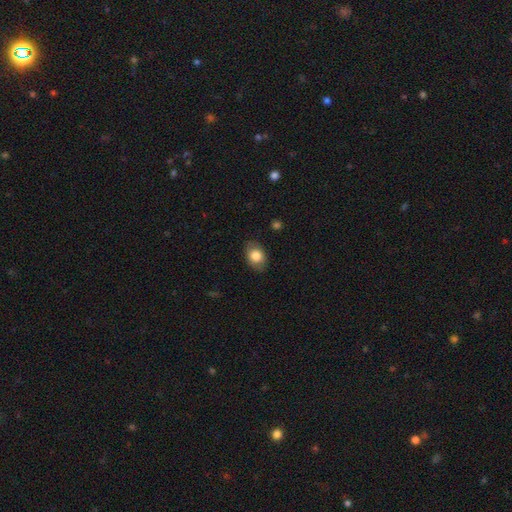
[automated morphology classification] Smooth or featured? Predicted: smooth (p=0.80). How rounded? Predicted: in between (p=0.78). Merging? Predicted: none (p=0.83).